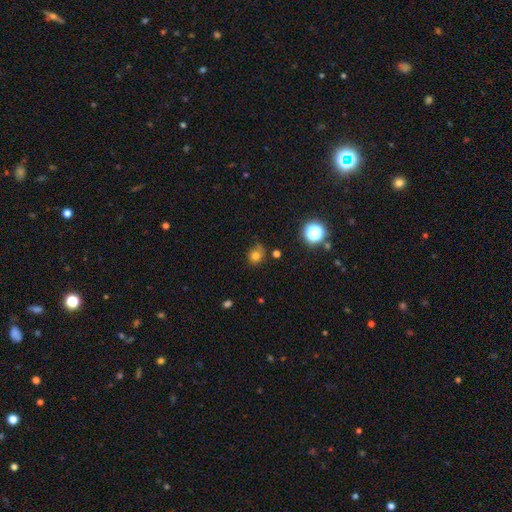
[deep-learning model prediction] smooth 74%, star or artifact 16%, featured or disk 10%. Down the decision tree: how rounded — round (75%); merging — none (56%).